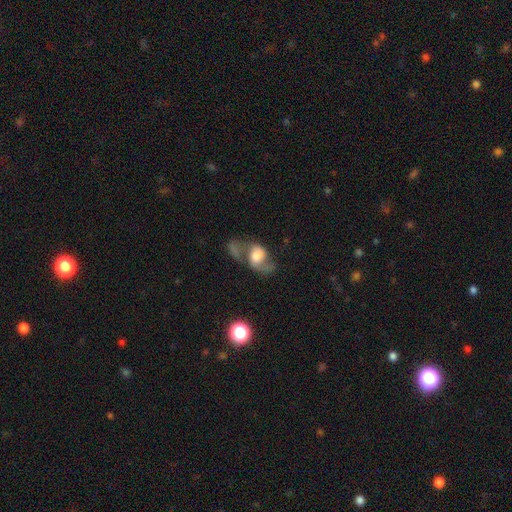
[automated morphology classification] smooth_or_featured: featured or disk (p=0.50) [alt: smooth p=0.41]
merging: none (p=0.30) [alt: major disturbance p=0.29]